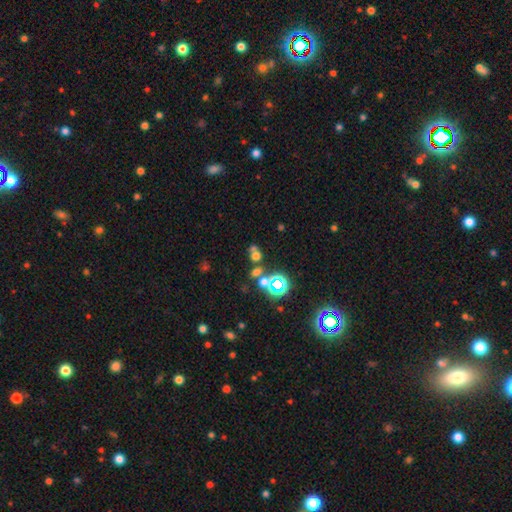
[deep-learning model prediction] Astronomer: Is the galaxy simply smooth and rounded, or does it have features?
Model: smooth — 52% (runner-up: star or artifact, 35%).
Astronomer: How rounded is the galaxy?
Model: round — 61% (runner-up: in between, 37%).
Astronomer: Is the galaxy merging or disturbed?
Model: none — 48% (runner-up: merger, 37%).